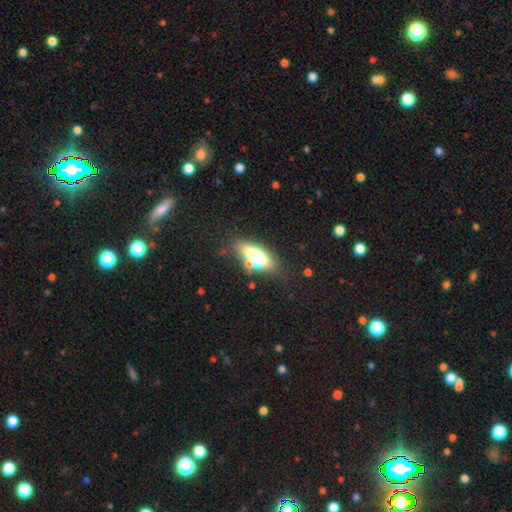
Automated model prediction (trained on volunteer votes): Smooth or featured? smooth (59%)
How rounded? in between (68%)
Merging? none (47%)